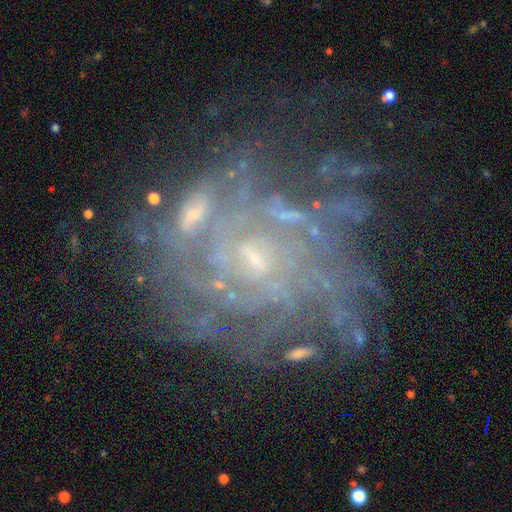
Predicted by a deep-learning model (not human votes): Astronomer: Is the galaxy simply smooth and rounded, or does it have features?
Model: featured or disk — 82%.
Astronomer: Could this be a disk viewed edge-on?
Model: no — 98%.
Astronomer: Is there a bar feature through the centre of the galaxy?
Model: no — 70%.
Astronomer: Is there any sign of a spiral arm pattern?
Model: yes — 83%.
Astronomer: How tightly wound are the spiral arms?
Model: tight — 66%.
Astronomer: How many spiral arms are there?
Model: can't tell — 48%.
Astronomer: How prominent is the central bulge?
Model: small — 71%.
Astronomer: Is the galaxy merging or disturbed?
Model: none — 63%.